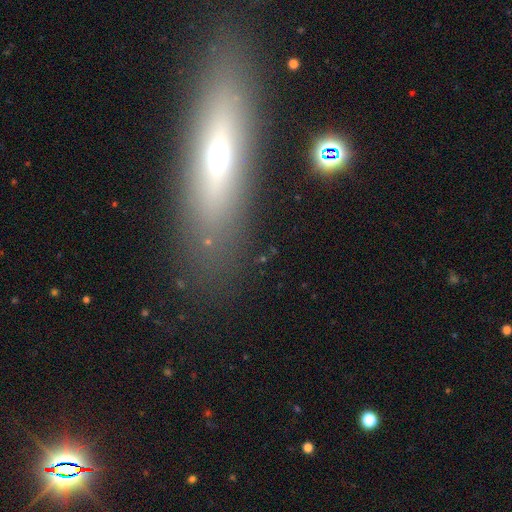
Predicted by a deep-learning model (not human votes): Smooth or featured? Predicted: smooth (p=0.48). Merging? Predicted: none (p=0.82).